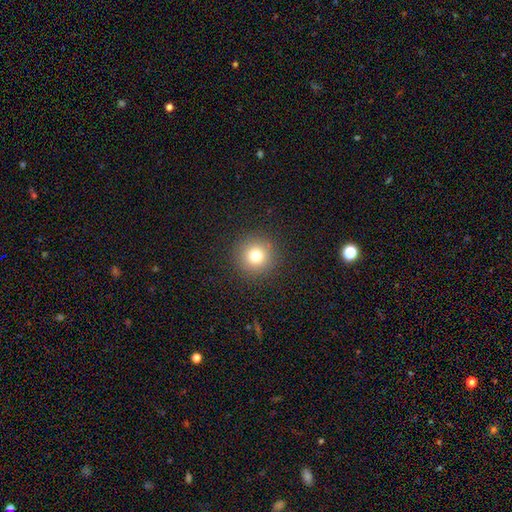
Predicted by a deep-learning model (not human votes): Smooth or featured? smooth (77%)
How rounded? round (96%)
Merging? none (91%)